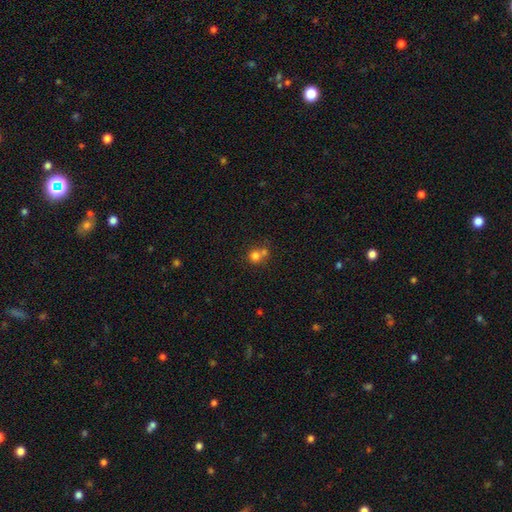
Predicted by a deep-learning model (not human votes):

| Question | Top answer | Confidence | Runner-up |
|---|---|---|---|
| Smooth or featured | smooth | 77% | star or artifact (13%) |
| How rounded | round | 87% | in between (12%) |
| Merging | merger | 45% | tied: none (45%) |